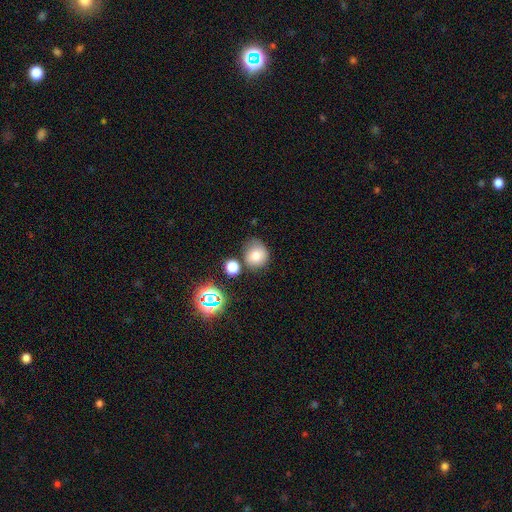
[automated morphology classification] Smooth or featured? smooth (72%)
How rounded? round (79%)
Merging? none (64%)